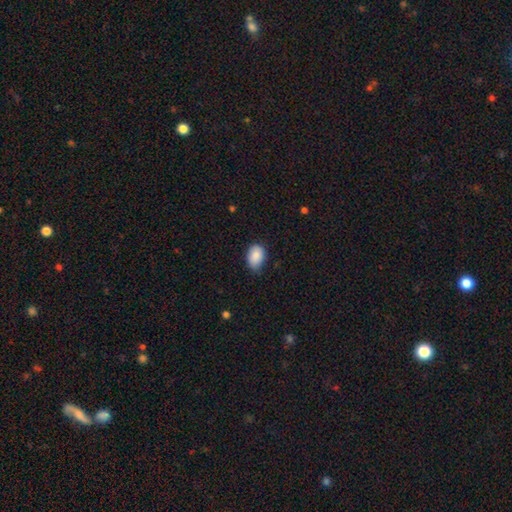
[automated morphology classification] Smooth or featured?
  - smooth: 87% *
  - star or artifact: 7%
  - featured or disk: 5%
How rounded?
  - in between: 77% *
  - round: 22%
  - cigar-shaped: 1%
Merging?
  - none: 64% *
  - minor disturbance: 30%
  - major disturbance: 4%
  - merger: 1%